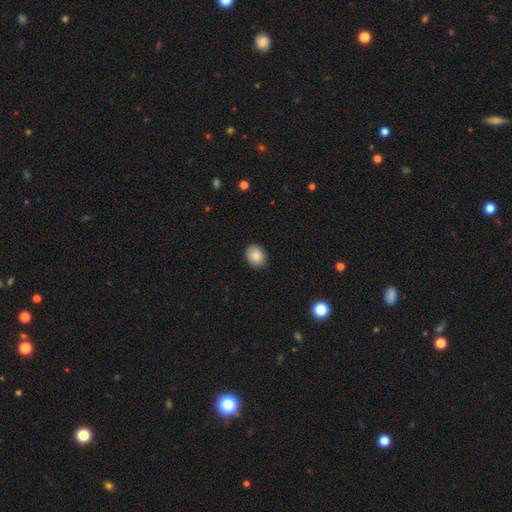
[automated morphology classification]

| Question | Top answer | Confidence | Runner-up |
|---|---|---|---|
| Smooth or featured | smooth | 85% | star or artifact (8%) |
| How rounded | round | 50% | in between (49%) |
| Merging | none | 89% | minor disturbance (8%) |